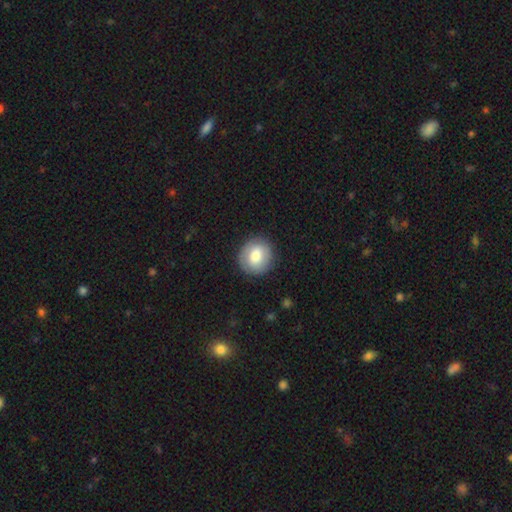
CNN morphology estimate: type=smooth (73%); roundness=round (85%); merging=none (86%).